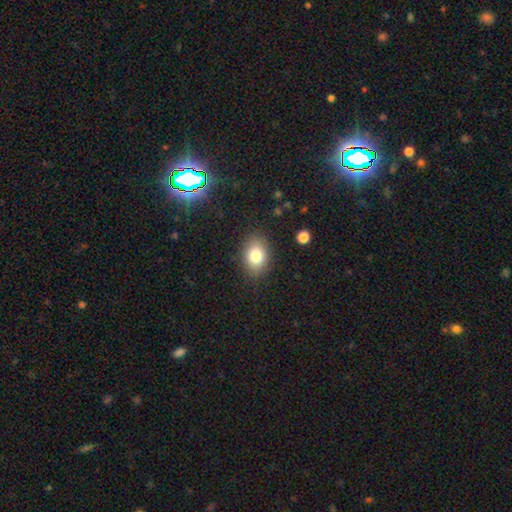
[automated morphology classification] Smooth or featured: smooth — 80% (featured or disk — 11%)
How rounded: in between — 77% (round — 22%)
Merging: none — 85% (minor disturbance — 10%)